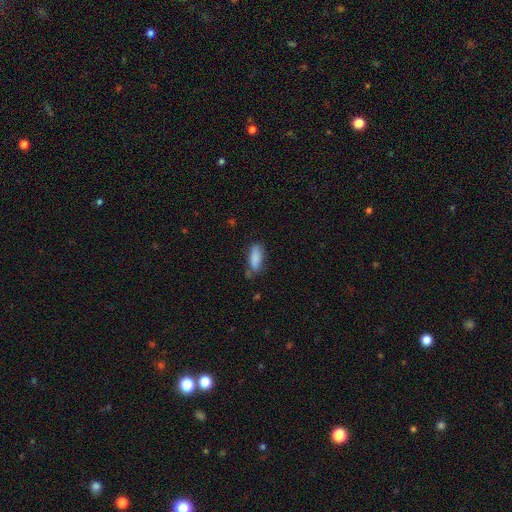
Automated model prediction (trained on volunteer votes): This appears to be a smooth galaxy with no disk features (86%) that is in between round and cigar-shaped (75%). Merging: none (65%).